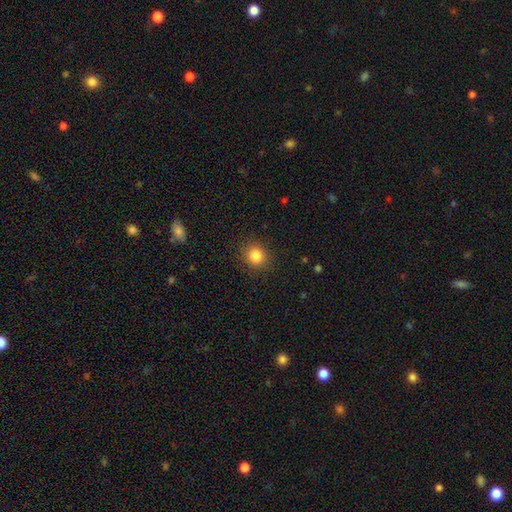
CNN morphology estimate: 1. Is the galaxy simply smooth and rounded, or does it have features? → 84% smooth, 11% star or artifact, 5% featured or disk.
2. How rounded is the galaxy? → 83% round, 17% in between, 1% cigar-shaped.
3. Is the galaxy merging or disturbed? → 89% none, 7% minor disturbance, 3% major disturbance, 1% merger.